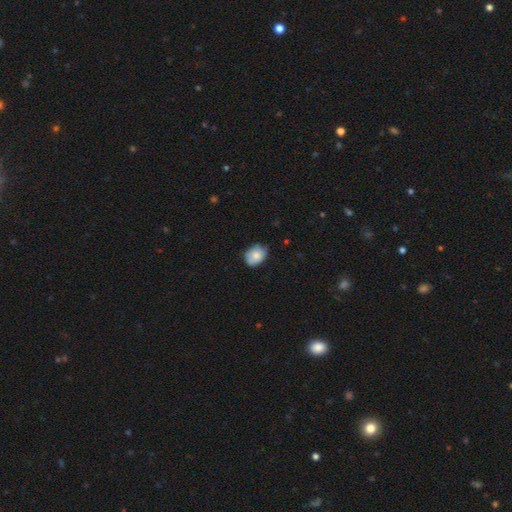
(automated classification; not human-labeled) Overall: smooth (80%). How rounded: in between (67%; round 32%). Merging: none (66%; minor disturbance 29%).